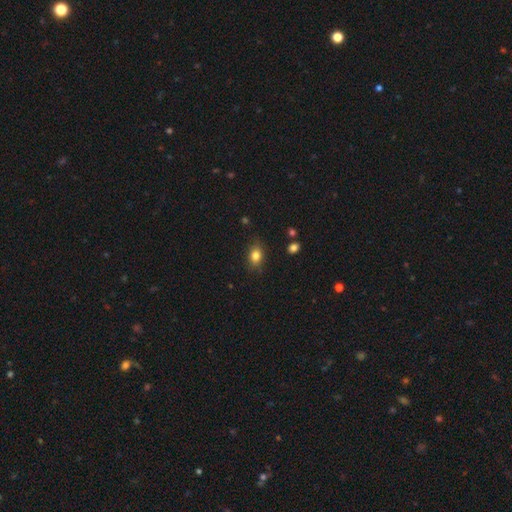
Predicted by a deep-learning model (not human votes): Smooth or featured?
  - smooth: 83% *
  - star or artifact: 10%
  - featured or disk: 7%
How rounded?
  - in between: 72% *
  - round: 26%
  - cigar-shaped: 2%
Merging?
  - none: 81% *
  - minor disturbance: 15%
  - major disturbance: 3%
  - merger: 1%